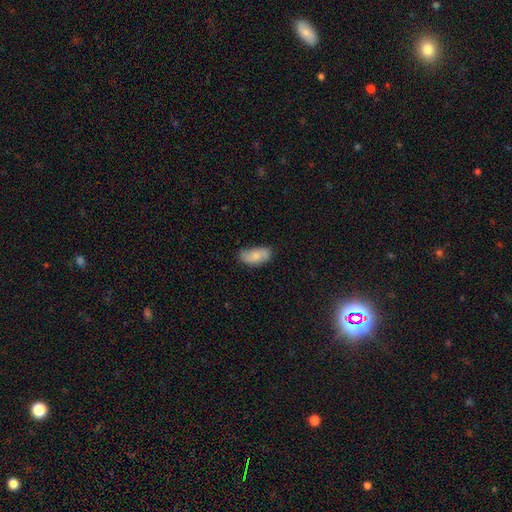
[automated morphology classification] Smooth or featured?
  - smooth: 76% *
  - featured or disk: 17%
  - star or artifact: 7%
How rounded?
  - in between: 92% *
  - cigar-shaped: 5%
  - round: 3%
Merging?
  - none: 64% *
  - minor disturbance: 28%
  - major disturbance: 6%
  - merger: 2%